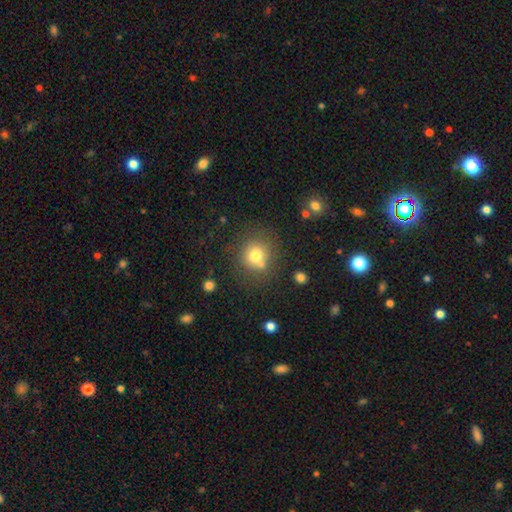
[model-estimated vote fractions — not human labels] The model was most divided on "merging": none: 62%, merger: 19%, minor disturbance: 13%, major disturbance: 6%. More confident: how rounded — round (84%); smooth or featured — smooth (72%).